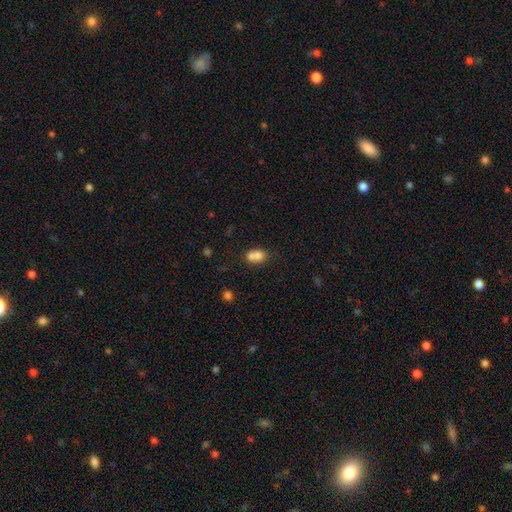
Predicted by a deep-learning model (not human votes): Smooth or featured? Predicted: smooth (p=0.73). How rounded? Predicted: round (p=0.52). Merging? Predicted: merger (p=0.61).